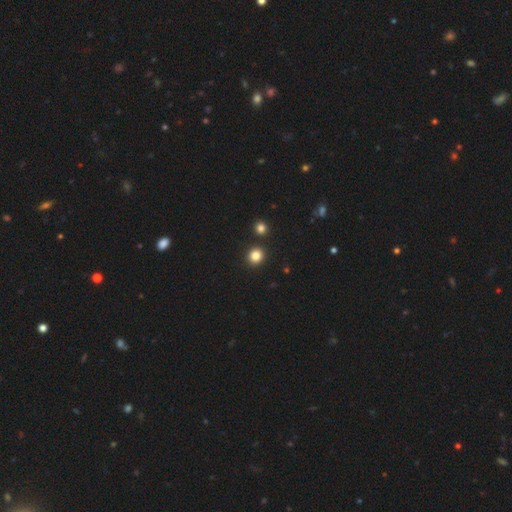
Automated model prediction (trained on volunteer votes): This appears to be a smooth galaxy with no disk features (84%) that is round (85%). Merging: none (88%).